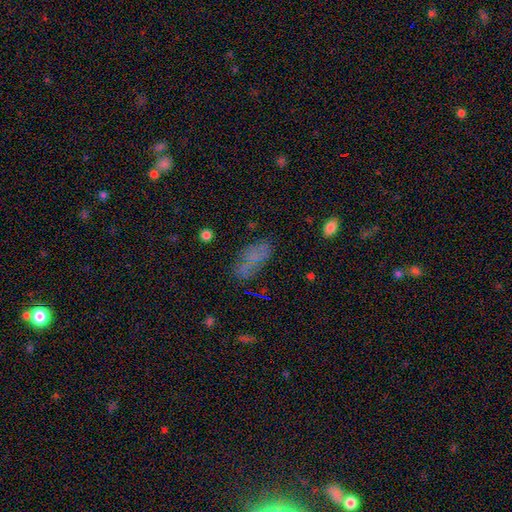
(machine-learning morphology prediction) smooth_or_featured: smooth (p=0.60) [alt: featured or disk p=0.21]
how_rounded: in between (p=0.89) [alt: cigar-shaped p=0.06]
merging: none (p=0.60) [alt: minor disturbance p=0.22]